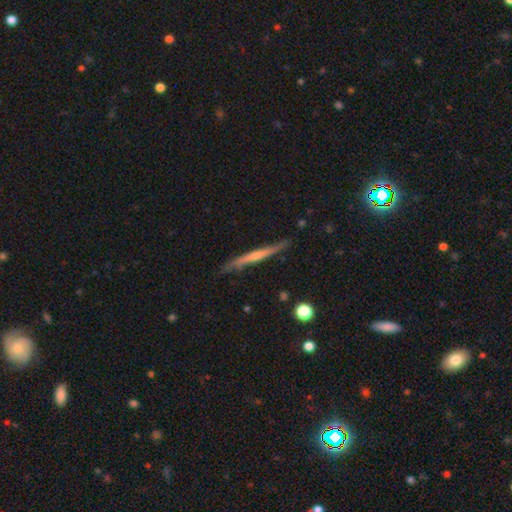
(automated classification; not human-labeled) Smooth or featured: featured or disk — 61% (smooth — 33%)
Edge-on disk: yes — 95% (no — 5%)
Edge-on bulge: none — 55% (rounded — 36%)
Merging: none — 80% (minor disturbance — 15%)